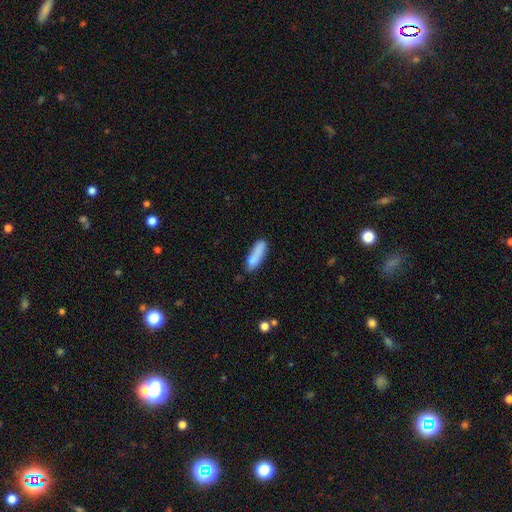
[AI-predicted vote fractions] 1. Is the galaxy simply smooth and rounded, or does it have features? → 79% smooth, 13% featured or disk, 7% star or artifact.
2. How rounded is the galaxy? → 59% cigar-shaped, 39% in between, 2% round.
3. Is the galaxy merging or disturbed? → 57% none, 23% minor disturbance, 14% merger, 7% major disturbance.